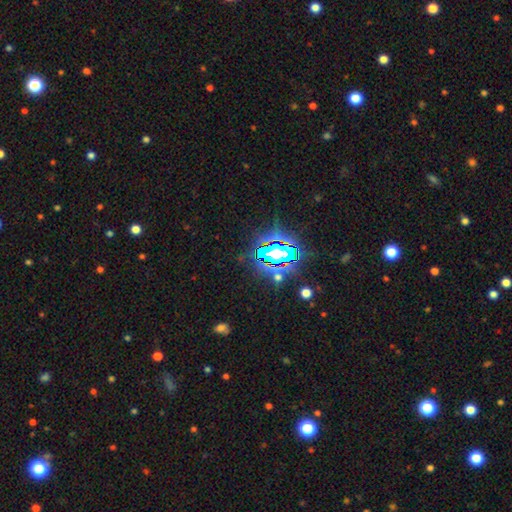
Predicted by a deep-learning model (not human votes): Morphology: type=star or artifact (73%).